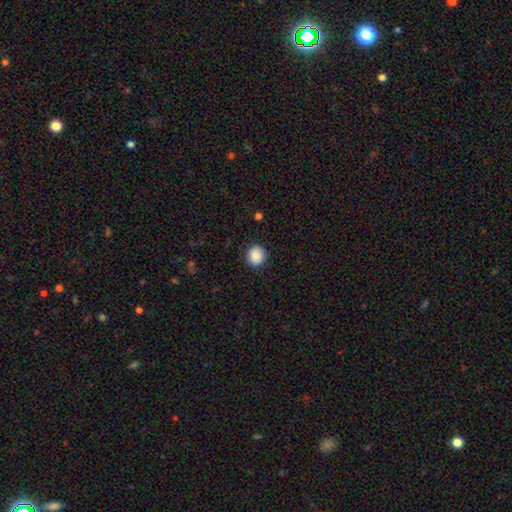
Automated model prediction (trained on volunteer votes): smooth 88%, star or artifact 9%, featured or disk 3%. Down the decision tree: how rounded — round (85%); merging — none (90%).